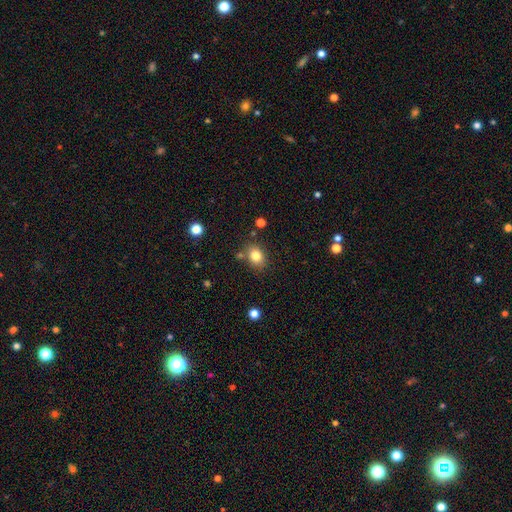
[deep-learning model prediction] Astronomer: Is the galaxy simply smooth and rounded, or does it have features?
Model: smooth — 81%.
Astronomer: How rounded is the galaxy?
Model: in between — 57% (runner-up: round, 42%).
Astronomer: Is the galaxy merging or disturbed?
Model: none — 76%.